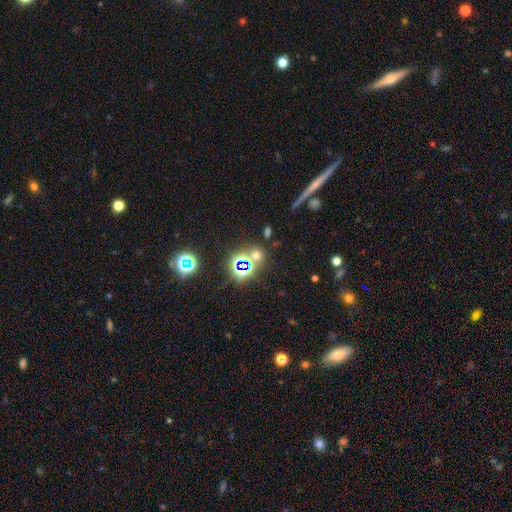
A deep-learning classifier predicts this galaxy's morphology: The model was most divided on "smooth or featured": star or artifact: 51%, smooth: 40%, featured or disk: 9%.